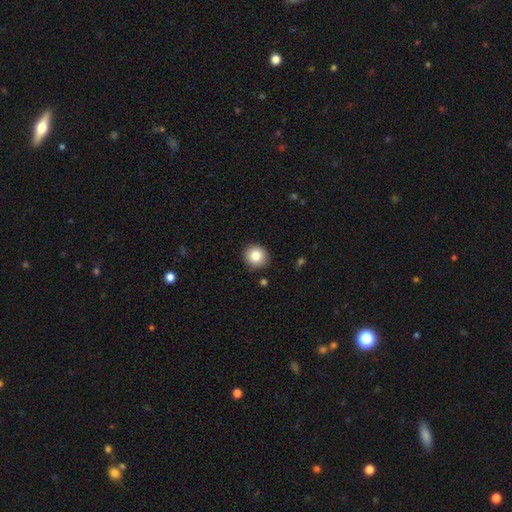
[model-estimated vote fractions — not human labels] Overall: smooth (83%). How rounded: round (90%). Merging: none (91%).